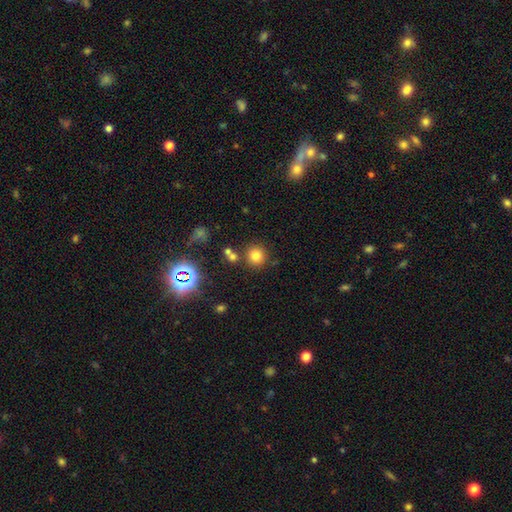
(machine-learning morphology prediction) The model was most divided on "smooth or featured": smooth: 76%, star or artifact: 17%, featured or disk: 7%. More confident: how rounded — round (91%); merging — none (79%).